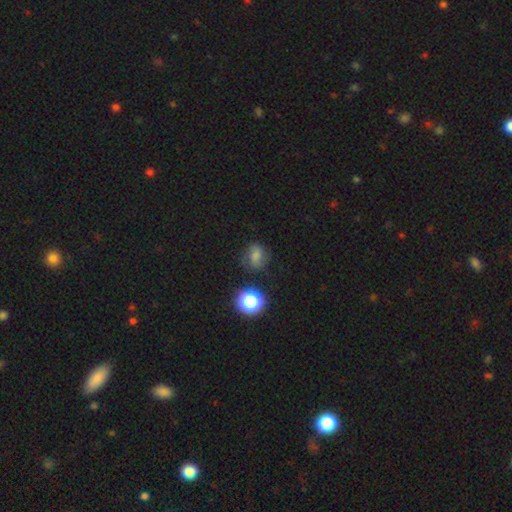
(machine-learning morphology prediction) smooth-or-featured: smooth: 53% | featured or disk: 27% | star or artifact: 20%
  how-rounded: round: 65% | in between: 33% | cigar-shaped: 1%
  merging: none: 70% | minor disturbance: 19% | major disturbance: 7% | merger: 3%